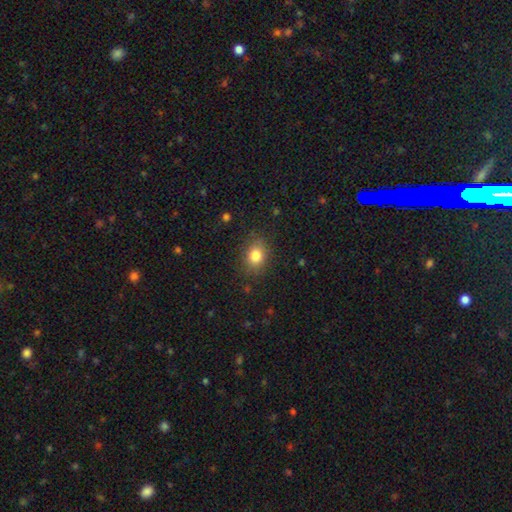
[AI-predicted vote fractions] Smooth or featured? smooth (82%)
How rounded? in between (60%)
Merging? none (83%)